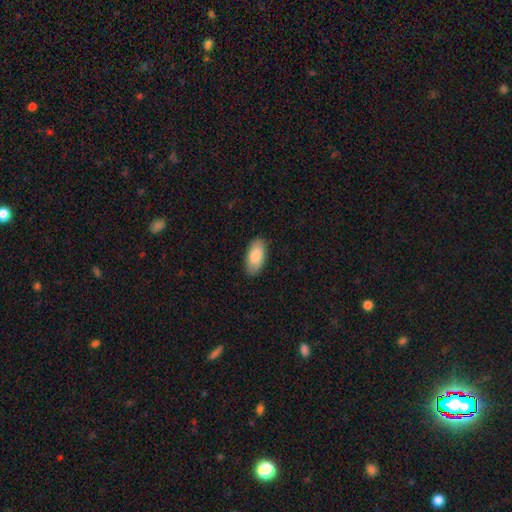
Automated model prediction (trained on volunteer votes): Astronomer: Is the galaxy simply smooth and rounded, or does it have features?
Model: smooth — 86%.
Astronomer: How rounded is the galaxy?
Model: in between — 93%.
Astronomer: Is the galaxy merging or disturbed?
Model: none — 84%.